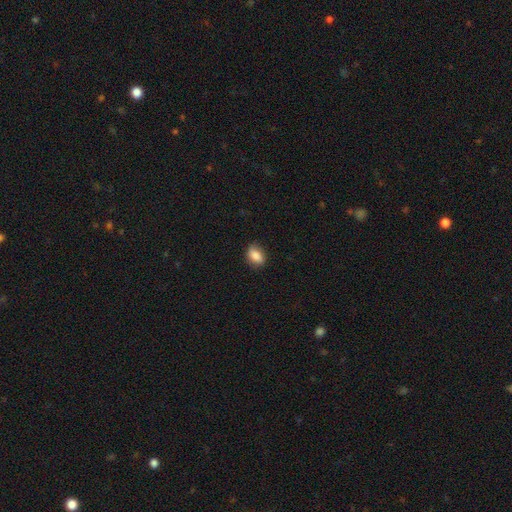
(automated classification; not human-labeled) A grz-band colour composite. It shows a smooth galaxy with no disk features (85%) that is in between round and cigar-shaped (79%). Merging: none (80%).